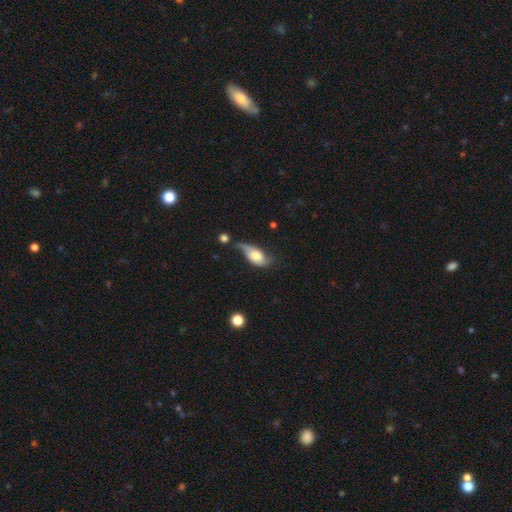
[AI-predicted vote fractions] Smooth or featured? Predicted: smooth (p=0.52). How rounded? Predicted: in between (p=0.87). Merging? Predicted: minor disturbance (p=0.36).